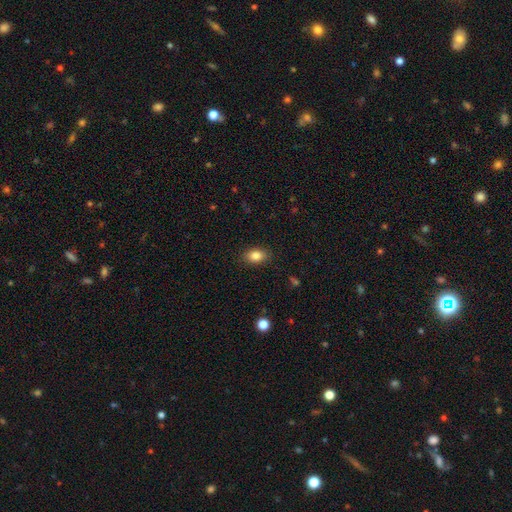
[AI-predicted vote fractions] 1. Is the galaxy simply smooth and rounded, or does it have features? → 85% smooth, 9% star or artifact, 6% featured or disk.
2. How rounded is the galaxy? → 82% in between, 16% round, 2% cigar-shaped.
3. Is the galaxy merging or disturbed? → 87% none, 10% minor disturbance, 3% major disturbance, 1% merger.